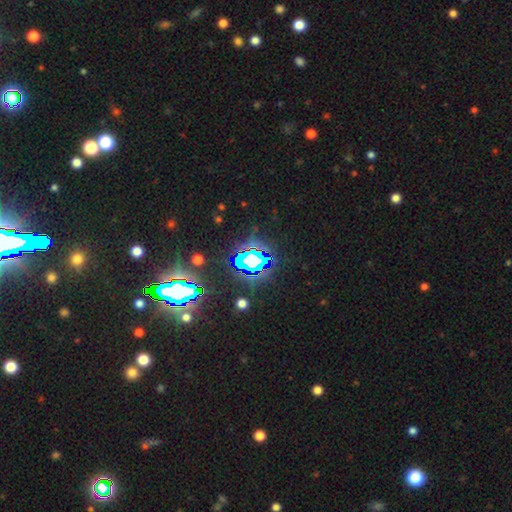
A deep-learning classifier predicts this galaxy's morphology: type=star or artifact (77%).